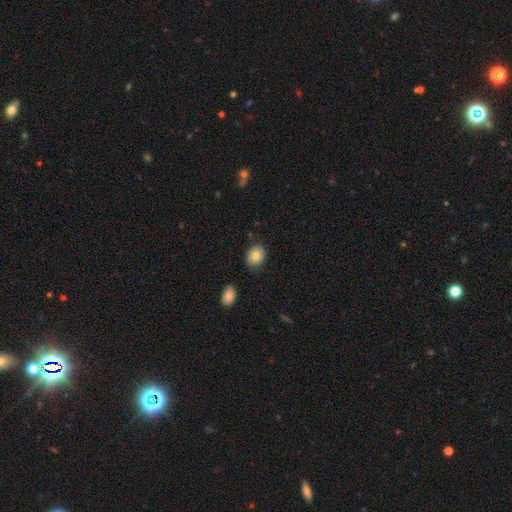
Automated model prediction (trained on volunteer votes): A smooth galaxy with no disk features (79%) that is in between round and cigar-shaped (60%).

Vote fractions:
- Smooth or featured? smooth: 79% / featured or disk: 12% / star or artifact: 8%
- How rounded? in between: 60% / round: 40% / cigar-shaped: 1%
- Merging? none: 84% / minor disturbance: 12% / major disturbance: 2% / merger: 2%